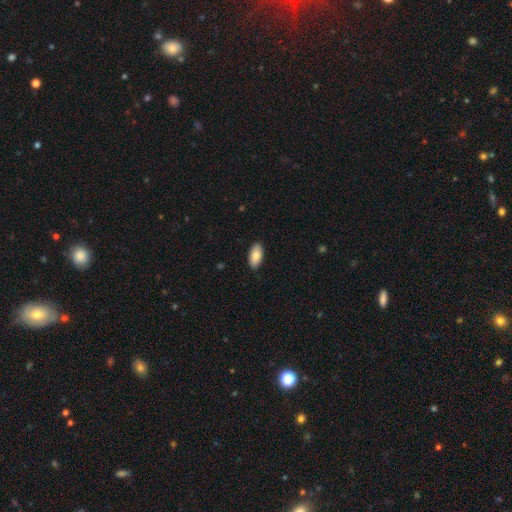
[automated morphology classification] Overall: smooth (86%). How rounded: in between (93%). Merging: none (89%).